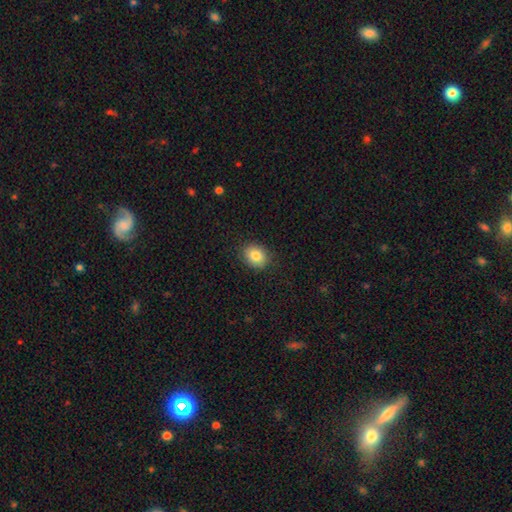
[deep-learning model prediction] smooth_or_featured: smooth (p=0.84) [alt: star or artifact p=0.09]
how_rounded: in between (p=0.50) [alt: round p=0.49]
merging: none (p=0.88) [alt: minor disturbance p=0.09]